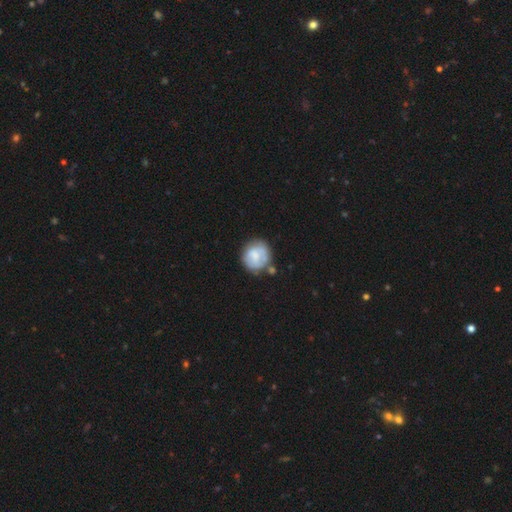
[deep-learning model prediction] Smooth or featured: smooth — 63% (featured or disk — 30%)
How rounded: round — 84% (in between — 15%)
Merging: none — 56% (minor disturbance — 23%)